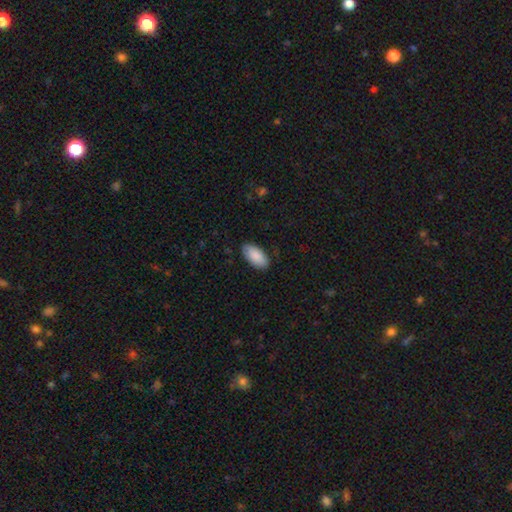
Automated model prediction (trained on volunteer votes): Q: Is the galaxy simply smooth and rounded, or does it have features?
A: smooth — 89%.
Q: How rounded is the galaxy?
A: in between — 95%.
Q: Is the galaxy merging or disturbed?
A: none — 85%.